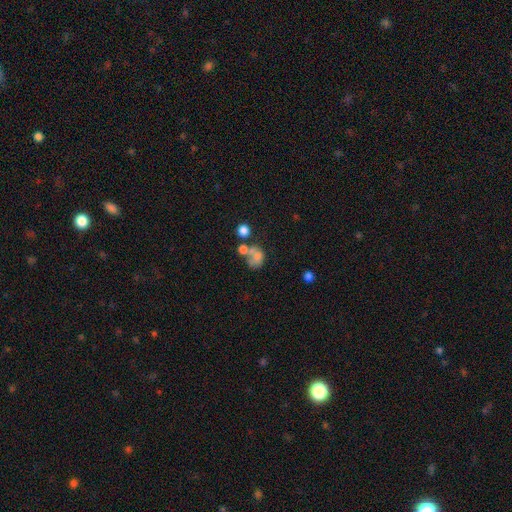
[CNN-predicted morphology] Smooth or featured? smooth (61%)
How rounded? round (51%)
Merging? merger (43%)